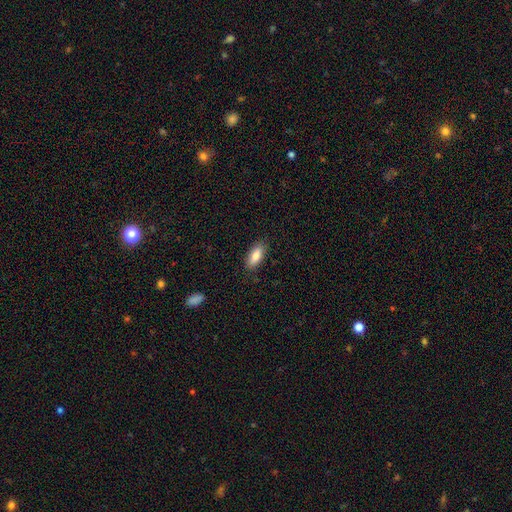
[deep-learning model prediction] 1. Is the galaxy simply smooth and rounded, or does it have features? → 84% smooth, 10% featured or disk, 6% star or artifact.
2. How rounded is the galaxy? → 79% in between, 19% cigar-shaped, 2% round.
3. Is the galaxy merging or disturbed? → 87% none, 10% minor disturbance, 2% major disturbance, 1% merger.